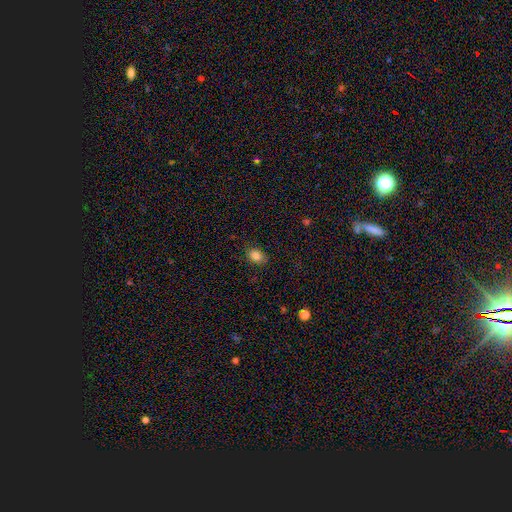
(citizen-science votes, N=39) smooth_or_featured: smooth (p=0.95) [alt: featured or disk p=0.03]
how_rounded: in between (p=0.76) [alt: round p=0.24]
merging: none (p=0.87) [alt: minor disturbance p=0.11]